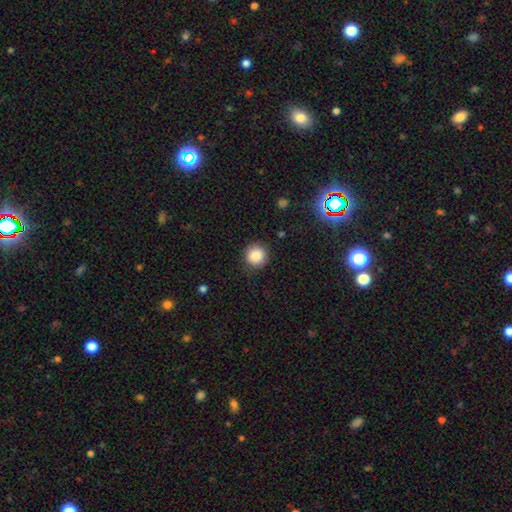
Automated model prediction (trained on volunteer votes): smooth 85%, star or artifact 10%, featured or disk 4%. Down the decision tree: how rounded — round (94%); merging — none (89%).